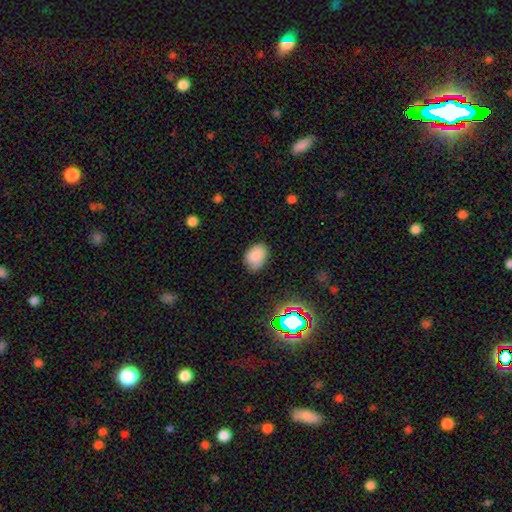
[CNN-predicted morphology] Q: Smooth or featured?
A: smooth (83%); runner-up: star or artifact (11%)
Q: How rounded?
A: in between (78%); runner-up: round (21%)
Q: Merging?
A: none (75%); runner-up: minor disturbance (20%)